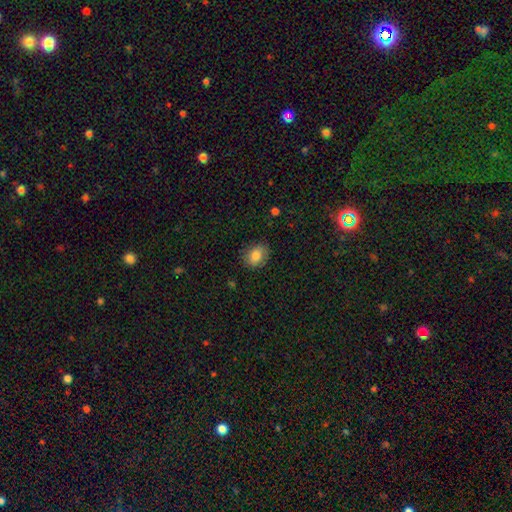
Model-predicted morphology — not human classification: This appears to be a smooth galaxy with no disk features (81%) that is in between round and cigar-shaped (59%). Merging: none (83%).